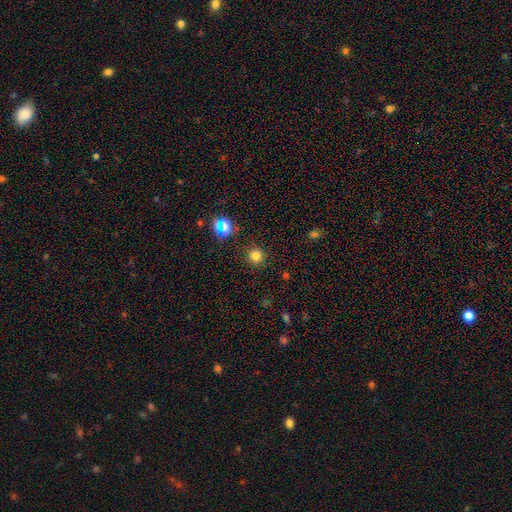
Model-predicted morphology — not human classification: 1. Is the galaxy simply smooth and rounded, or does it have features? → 75% smooth, 20% star or artifact, 5% featured or disk.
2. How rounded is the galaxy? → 94% round, 5% in between, 1% cigar-shaped.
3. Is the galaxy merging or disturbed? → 89% none, 6% minor disturbance, 3% major disturbance, 2% merger.